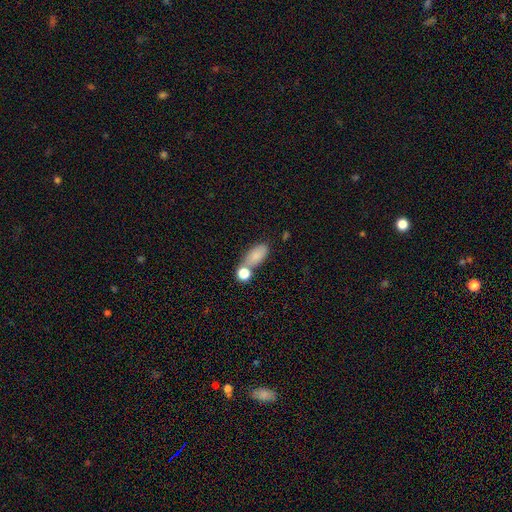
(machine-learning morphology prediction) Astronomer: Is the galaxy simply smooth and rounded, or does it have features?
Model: smooth — 81%.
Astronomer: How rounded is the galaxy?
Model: in between — 86%.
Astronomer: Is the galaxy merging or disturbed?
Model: none — 52% (runner-up: merger, 28%).